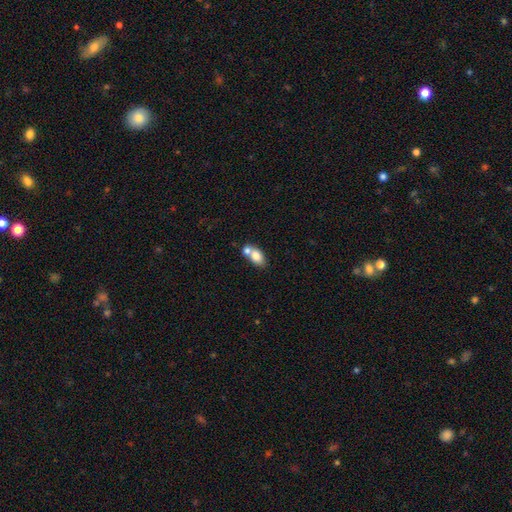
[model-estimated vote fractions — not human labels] This appears to be a smooth galaxy with no disk features (77%) that is in between round and cigar-shaped (80%). Merging: merger (54%).